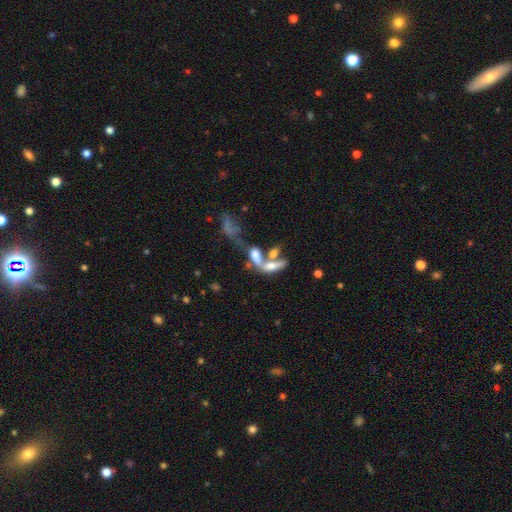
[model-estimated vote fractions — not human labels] This is possibly a smooth galaxy (49%). Merging: likely merger (62%).